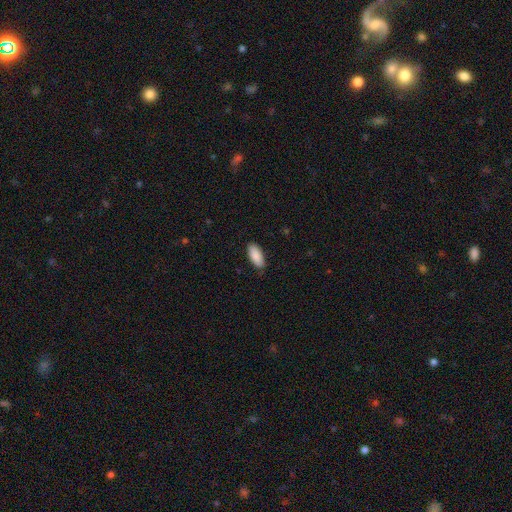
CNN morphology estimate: A smooth galaxy with no disk features (90%) that is in between round and cigar-shaped (87%).

Vote fractions:
- Smooth or featured? smooth: 90% / star or artifact: 6% / featured or disk: 4%
- How rounded? in between: 87% / cigar-shaped: 11% / round: 2%
- Merging? none: 84% / minor disturbance: 13% / major disturbance: 2% / merger: 1%